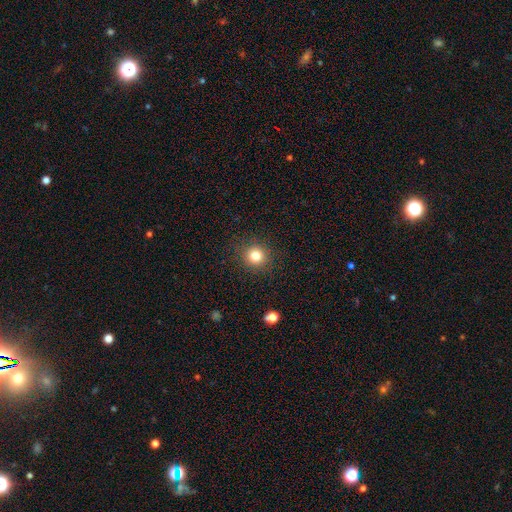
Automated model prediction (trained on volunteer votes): smooth 81%, star or artifact 13%, featured or disk 6%. Down the decision tree: how rounded — round (91%); merging — none (89%).